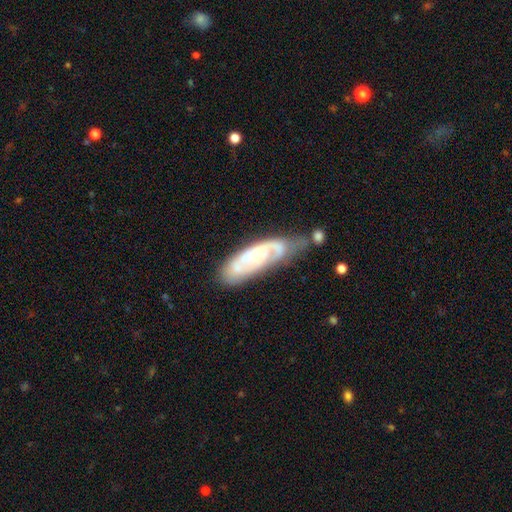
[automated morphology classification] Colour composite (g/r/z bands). It shows a featured or disk galaxy (73%) with no bar (69%), 2 (40%) tight (55%) spiral arms (83%) and a small central bulge (61%). Merging: none (41%).